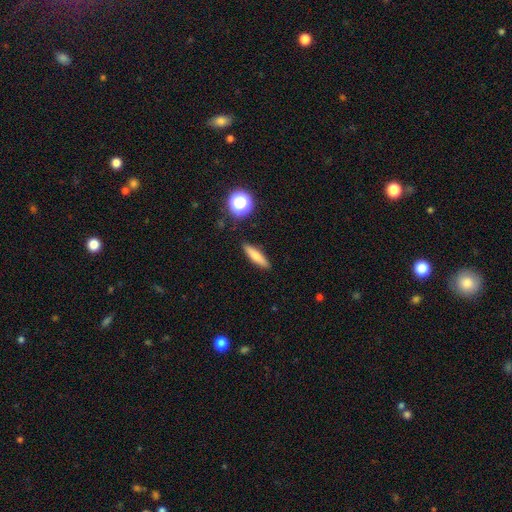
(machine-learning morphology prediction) The model was most divided on "how rounded": cigar-shaped: 74%, in between: 22%, round: 4%. More confident: merging — none (89%); smooth or featured — smooth (72%).